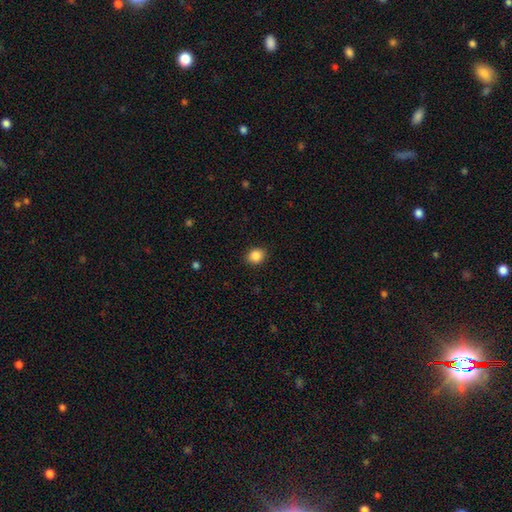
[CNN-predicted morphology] smooth 87%, star or artifact 9%, featured or disk 4%. Down the decision tree: how rounded — round (60%); merging — none (89%).